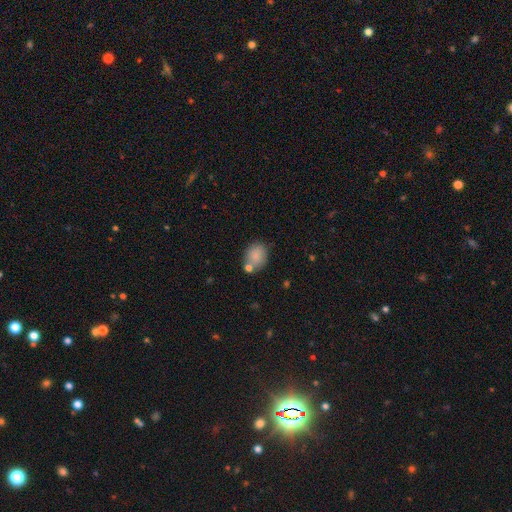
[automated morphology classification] A smooth galaxy with no disk features (85%) that is round (51%). Merging: none (66%).